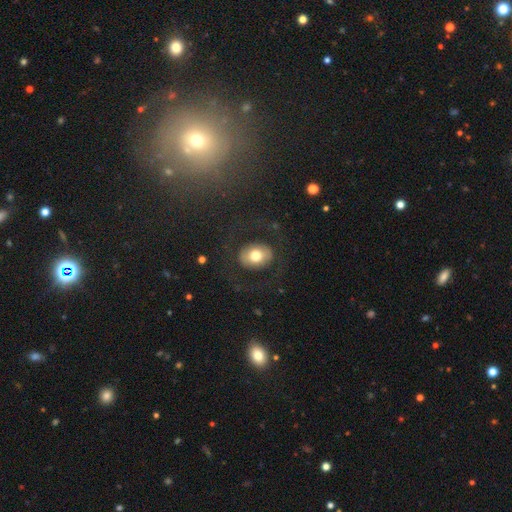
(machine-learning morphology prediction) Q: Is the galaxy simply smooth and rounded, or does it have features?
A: smooth — 65%.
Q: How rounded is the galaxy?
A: in between — 56%.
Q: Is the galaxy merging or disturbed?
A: none — 79%.